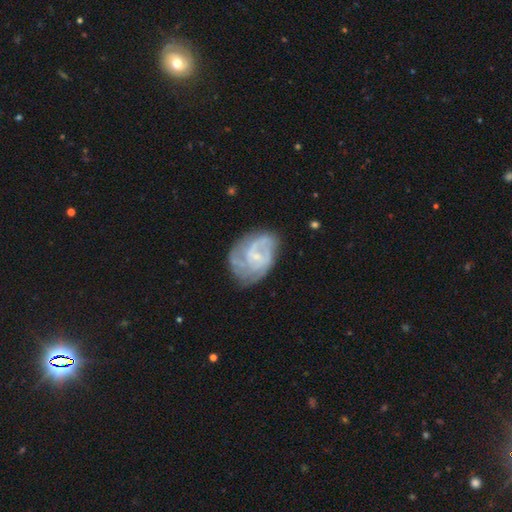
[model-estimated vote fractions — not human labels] Smooth or featured? featured or disk (78%)
Edge-on disk? no (98%)
Bar? no (51%)
Spiral arms? yes (89%)
Spiral winding? tight (43%)
Spiral arm count? can't tell (33%)
Bulge size? small (70%)
Merging? none (60%)